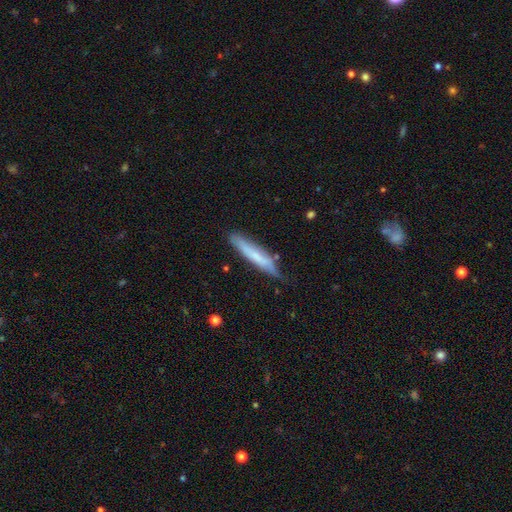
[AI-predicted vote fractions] smooth 62%, featured or disk 32%, star or artifact 6%. Down the decision tree: how rounded — cigar-shaped (92%); merging — none (71%).